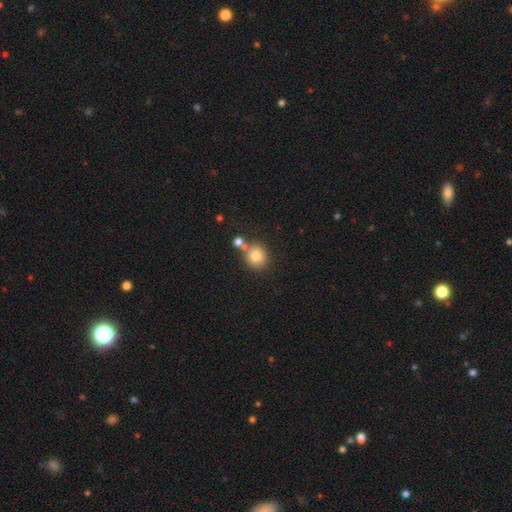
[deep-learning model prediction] smooth_or_featured: smooth (p=0.80) [alt: star or artifact p=0.11]
how_rounded: round (p=0.89) [alt: in between p=0.10]
merging: none (p=0.69) [alt: merger p=0.19]